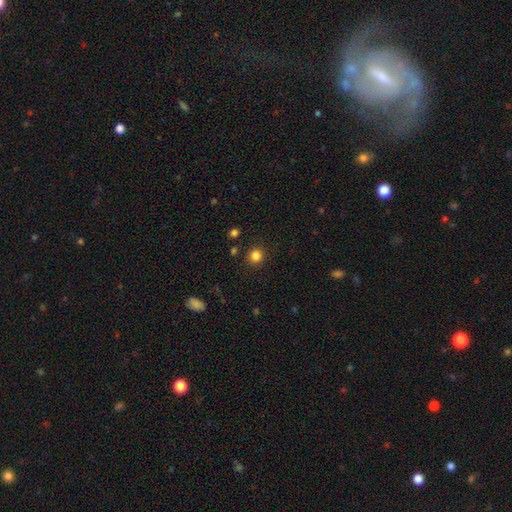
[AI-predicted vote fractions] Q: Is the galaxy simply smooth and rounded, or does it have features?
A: smooth — 83%.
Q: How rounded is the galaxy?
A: round — 91%.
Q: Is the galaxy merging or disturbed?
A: none — 89%.